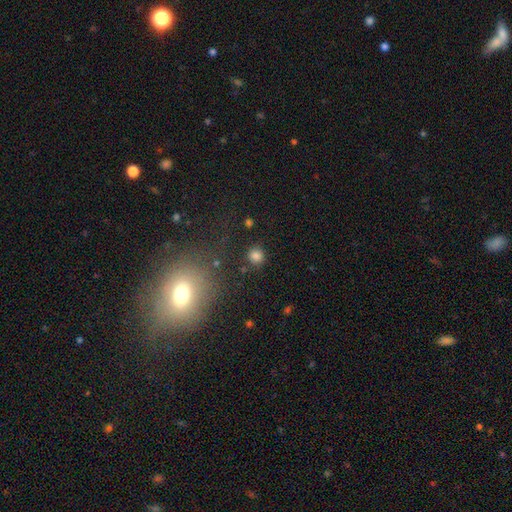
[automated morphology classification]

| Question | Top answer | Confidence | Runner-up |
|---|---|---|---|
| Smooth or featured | smooth | 81% | star or artifact (14%) |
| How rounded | round | 90% | in between (9%) |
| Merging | none | 85% | minor disturbance (8%) |